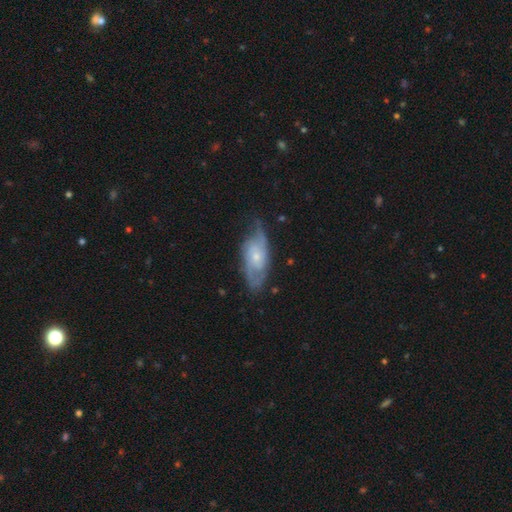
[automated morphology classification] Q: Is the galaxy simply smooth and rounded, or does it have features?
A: featured or disk — 75%.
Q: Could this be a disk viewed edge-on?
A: no — 91%.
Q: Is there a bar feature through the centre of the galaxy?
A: no — 68%.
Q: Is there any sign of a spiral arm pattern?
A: yes — 91%.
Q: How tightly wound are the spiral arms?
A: medium — 45%.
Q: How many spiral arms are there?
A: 2 — 65%.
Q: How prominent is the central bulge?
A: small — 65%.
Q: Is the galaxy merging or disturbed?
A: none — 68%.